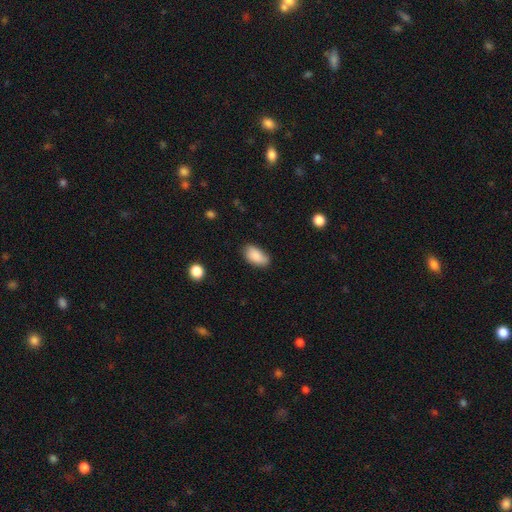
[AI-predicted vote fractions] Smooth or featured: smooth — 87% (star or artifact — 7%)
How rounded: in between — 93% (round — 4%)
Merging: none — 75% (minor disturbance — 20%)